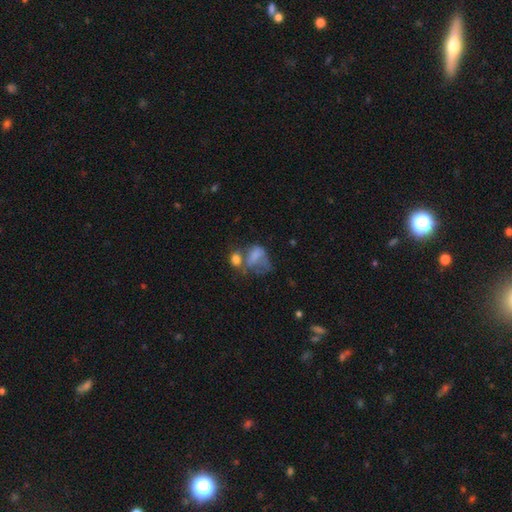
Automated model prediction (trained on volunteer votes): A smooth galaxy with no disk features (61%) that is in between round and cigar-shaped (75%). Merging: merger (37%).